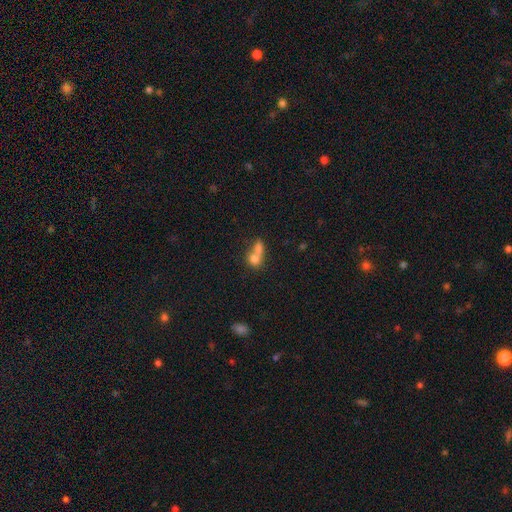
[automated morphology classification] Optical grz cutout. It shows a smooth galaxy with no disk features (75%) that is round (59%). Merging: merger (71%).